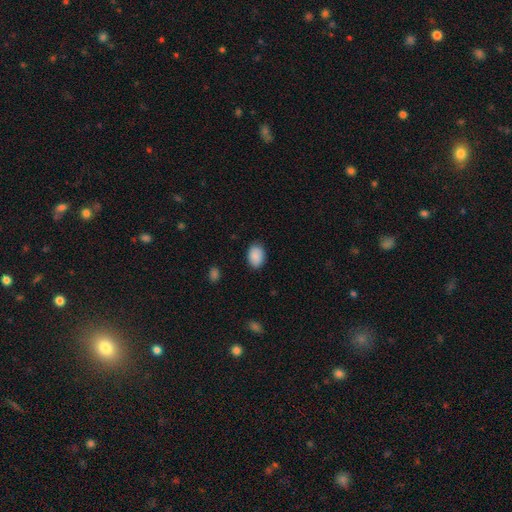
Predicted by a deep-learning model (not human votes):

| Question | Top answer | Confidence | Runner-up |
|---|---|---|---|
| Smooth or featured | smooth | 89% | star or artifact (7%) |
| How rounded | in between | 82% | round (17%) |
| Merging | none | 84% | minor disturbance (12%) |